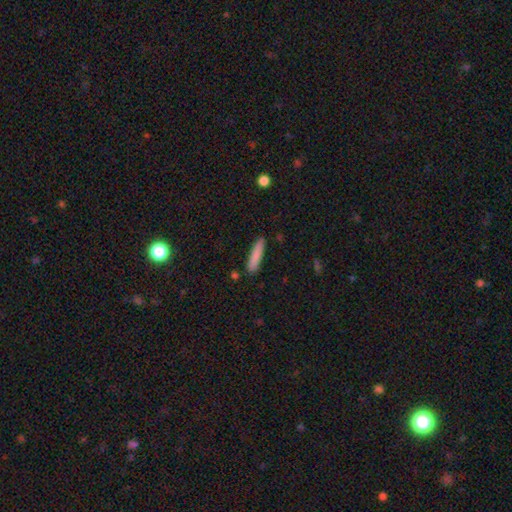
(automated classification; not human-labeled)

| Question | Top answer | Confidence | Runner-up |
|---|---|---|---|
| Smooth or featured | smooth | 84% | featured or disk (9%) |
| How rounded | cigar-shaped | 88% | in between (11%) |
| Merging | none | 87% | minor disturbance (10%) |